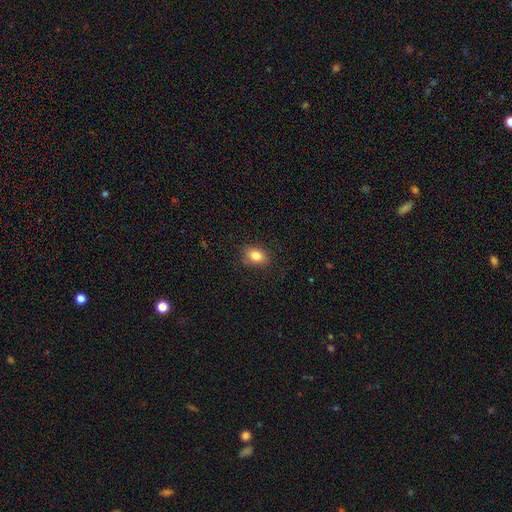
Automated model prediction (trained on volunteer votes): This appears to be a smooth galaxy with no disk features (83%) that is in between round and cigar-shaped (72%). Merging: none (84%).